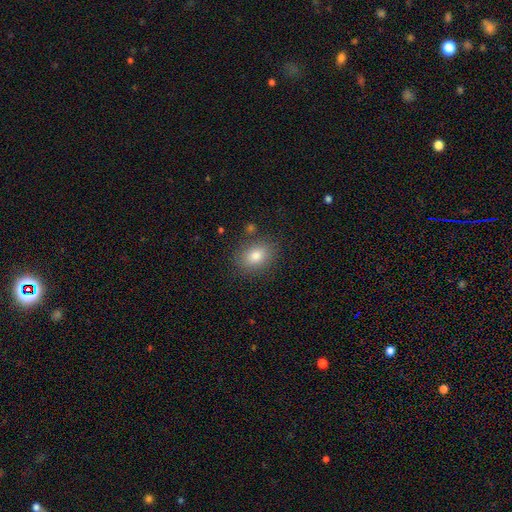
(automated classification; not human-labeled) Q: Smooth or featured?
A: smooth (82%); runner-up: star or artifact (10%)
Q: How rounded?
A: in between (75%); runner-up: round (24%)
Q: Merging?
A: none (84%); runner-up: minor disturbance (11%)